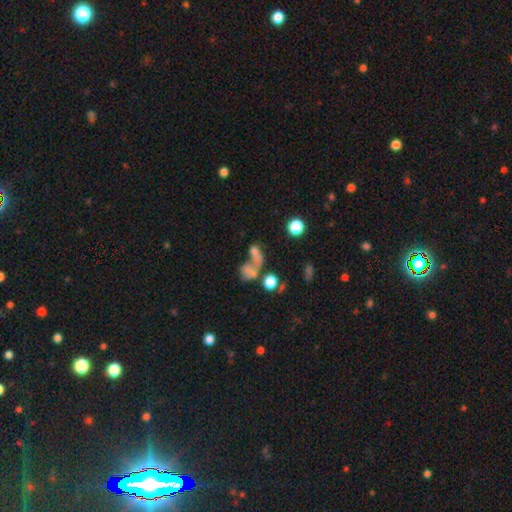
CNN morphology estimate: Q: Smooth or featured?
A: smooth (58%); runner-up: featured or disk (25%)
Q: How rounded?
A: in between (60%); runner-up: round (35%)
Q: Merging?
A: merger (54%); runner-up: major disturbance (19%)